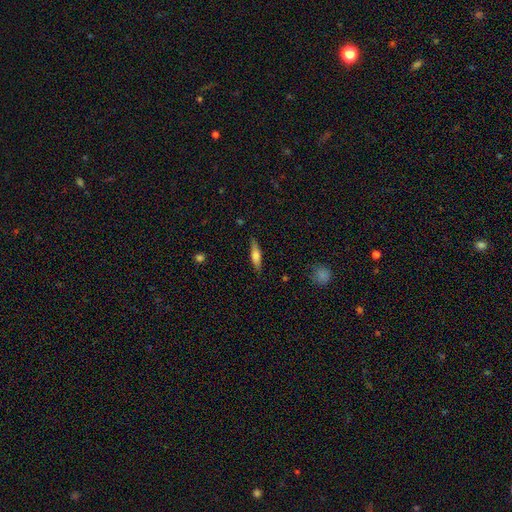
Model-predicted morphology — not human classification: A smooth galaxy with no disk features (51%) that is cigar-shaped (74%).

Vote fractions:
- Smooth or featured? smooth: 51% / featured or disk: 43% / star or artifact: 6%
- How rounded? cigar-shaped: 74% / in between: 24% / round: 2%
- Merging? none: 85% / minor disturbance: 11% / major disturbance: 2% / merger: 1%